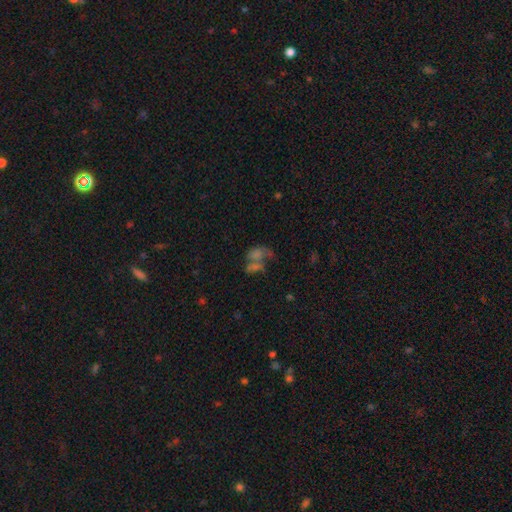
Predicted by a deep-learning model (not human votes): smooth 42%, featured or disk 32%, star or artifact 26%. Down the decision tree: merging — merger (46%).